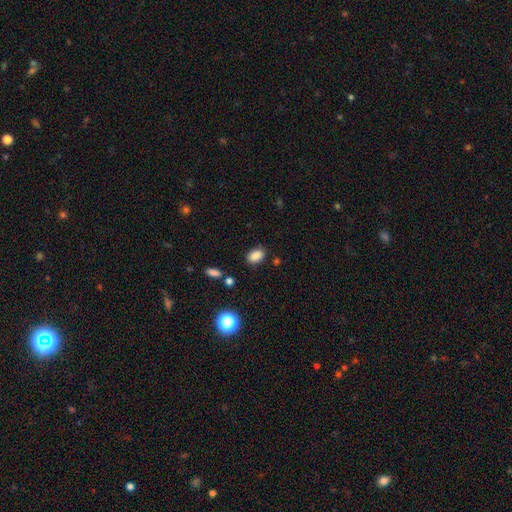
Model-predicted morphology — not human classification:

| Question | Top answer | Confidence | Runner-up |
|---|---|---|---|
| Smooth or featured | smooth | 86% | star or artifact (10%) |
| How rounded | in between | 85% | round (13%) |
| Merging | none | 83% | minor disturbance (12%) |